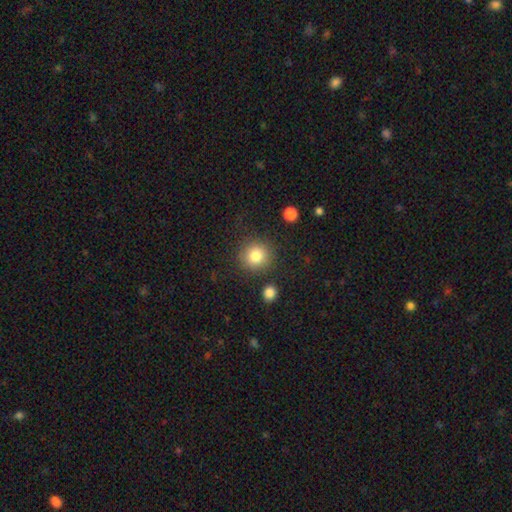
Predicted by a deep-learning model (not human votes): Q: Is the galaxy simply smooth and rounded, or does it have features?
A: smooth — 84%.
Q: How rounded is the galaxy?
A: round — 91%.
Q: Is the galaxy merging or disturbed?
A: none — 85%.